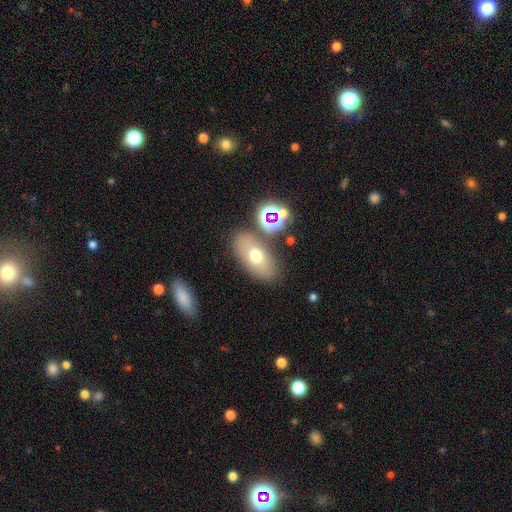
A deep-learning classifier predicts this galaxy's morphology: Smooth or featured? smooth (63%)
How rounded? in between (88%)
Merging? none (76%)